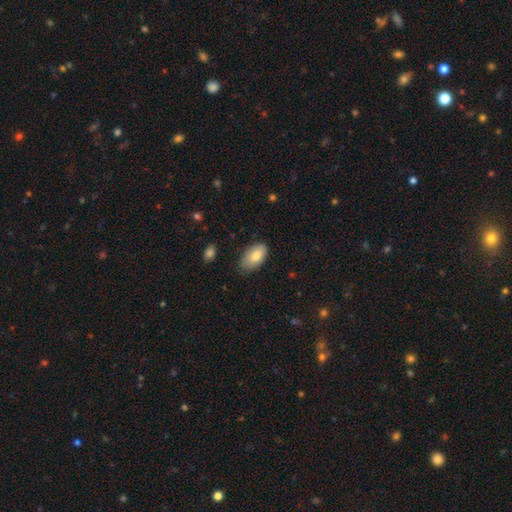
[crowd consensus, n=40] Smooth or featured: smooth — 78% (featured or disk — 22%)
How rounded: in between — 94% (round — 3%)
Merging: none — 65% (minor disturbance — 32%)